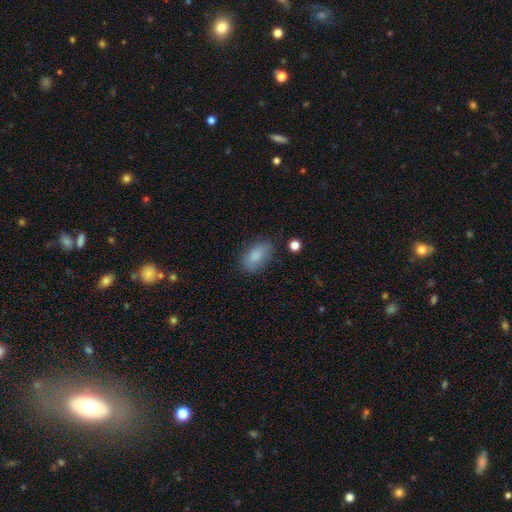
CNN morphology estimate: Overall: smooth (85%). How rounded: in between (91%). Merging: none (80%).